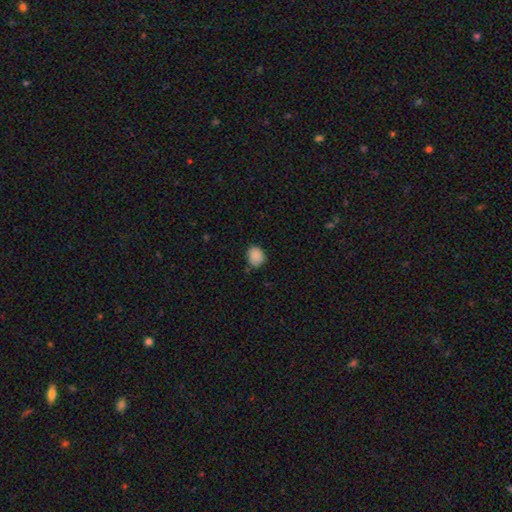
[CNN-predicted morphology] This appears to be a smooth galaxy with no disk features (87%) that is round (54%). Merging: none (72%).